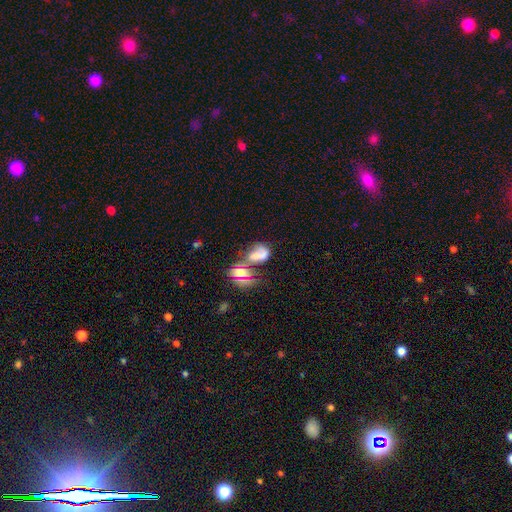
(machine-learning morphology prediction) The model was most divided on "smooth or featured": smooth: 45%, featured or disk: 31%, star or artifact: 24%. Remaining: merging — merger (48%).